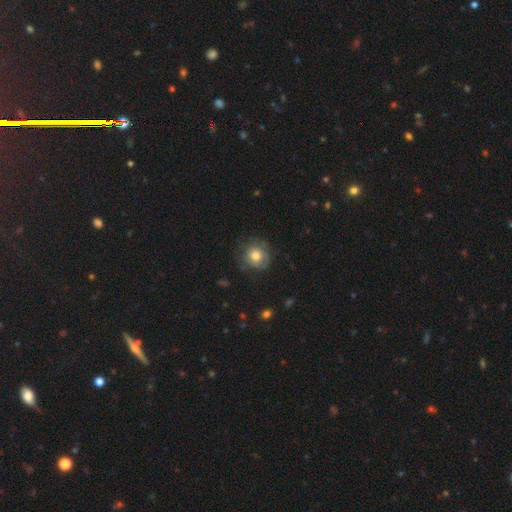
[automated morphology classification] A smooth galaxy with no disk features (66%) that is round (89%).

Vote fractions:
- Smooth or featured? smooth: 66% / featured or disk: 25% / star or artifact: 9%
- How rounded? round: 89% / in between: 10% / cigar-shaped: 1%
- Merging? none: 72% / minor disturbance: 19% / major disturbance: 8% / merger: 1%